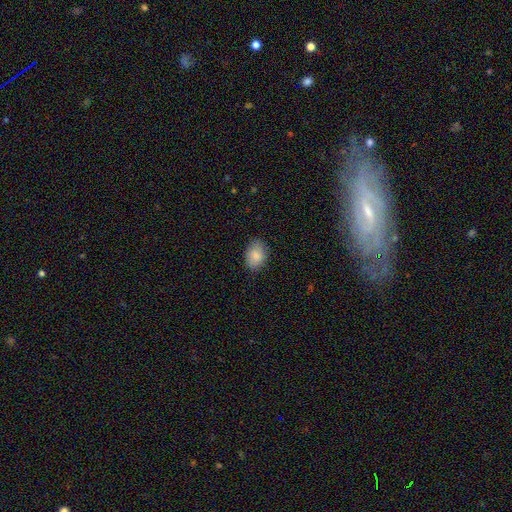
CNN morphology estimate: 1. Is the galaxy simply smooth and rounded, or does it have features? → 86% smooth, 7% star or artifact, 7% featured or disk.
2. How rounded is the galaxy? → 81% in between, 18% round, 1% cigar-shaped.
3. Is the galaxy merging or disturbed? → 83% none, 13% minor disturbance, 3% major disturbance, 1% merger.